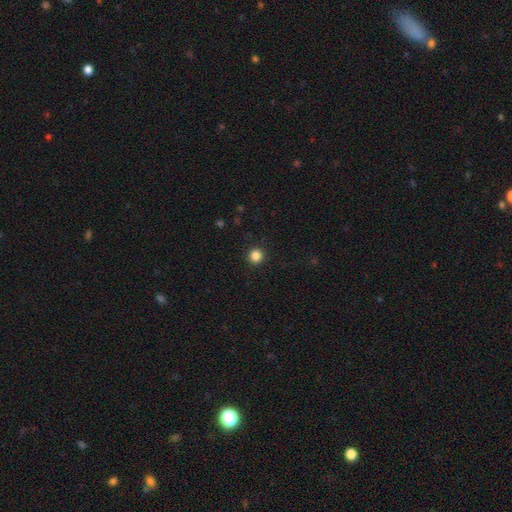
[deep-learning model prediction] smooth 85%, star or artifact 12%, featured or disk 3%. Down the decision tree: how rounded — round (93%); merging — none (92%).